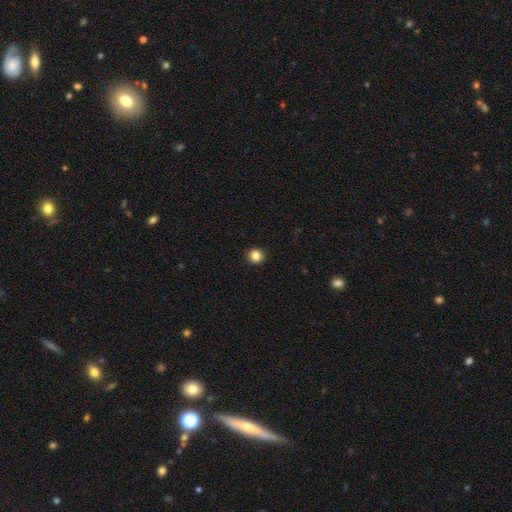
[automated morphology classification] type=smooth (85%); roundness=round (92%); merging=none (93%).